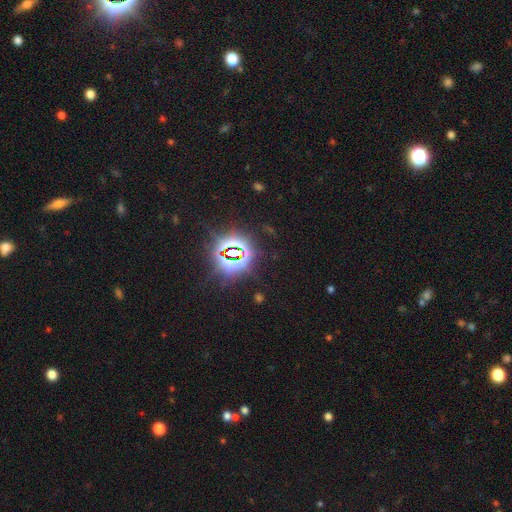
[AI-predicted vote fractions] Overall: star or artifact (82%).